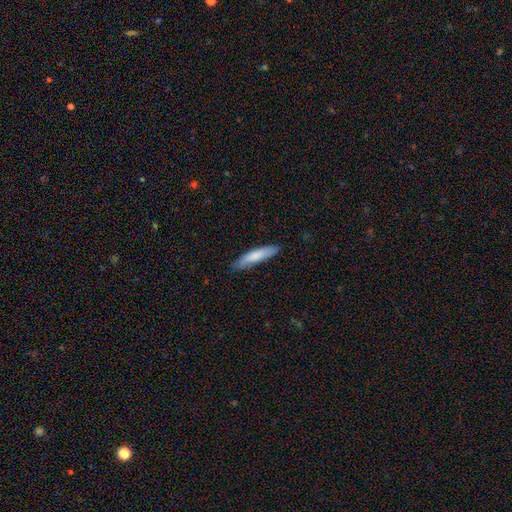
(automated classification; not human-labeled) This appears to be a smooth galaxy with no disk features (77%) that is cigar-shaped (83%). Merging: none (83%).